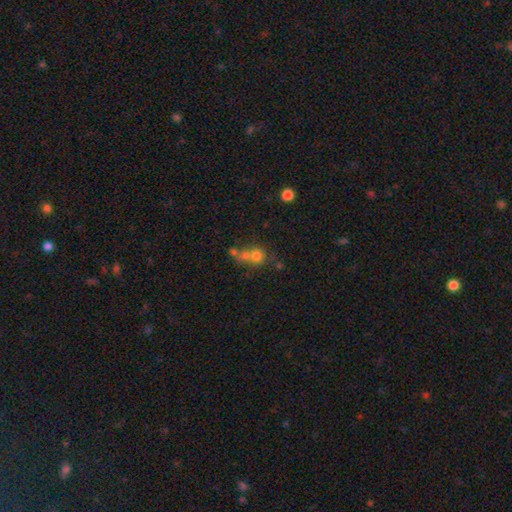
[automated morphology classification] smooth-or-featured: smooth: 68% | star or artifact: 16% | featured or disk: 16%
  how-rounded: round: 82% | in between: 17% | cigar-shaped: 1%
  merging: merger: 47% | none: 38% | minor disturbance: 9% | major disturbance: 6%